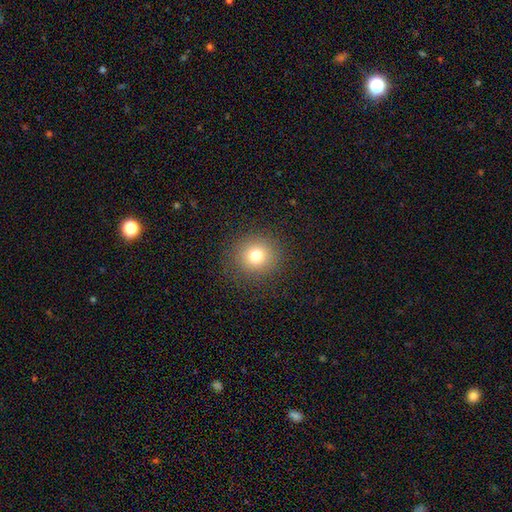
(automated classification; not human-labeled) Smooth or featured: smooth — 76% (star or artifact — 14%)
How rounded: round — 91% (in between — 8%)
Merging: none — 89% (minor disturbance — 7%)